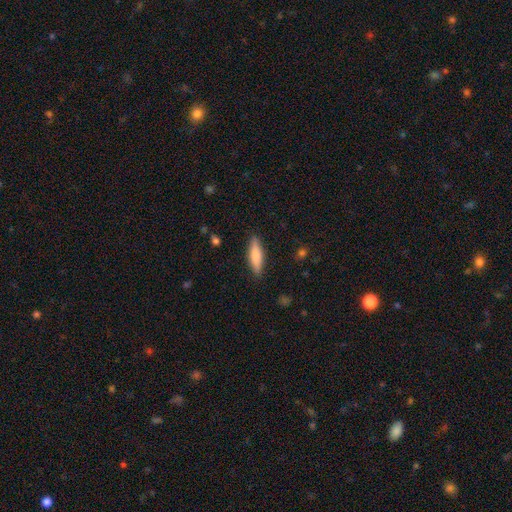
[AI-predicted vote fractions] The model was most divided on "how rounded": cigar-shaped: 64%, in between: 35%, round: 2%. More confident: merging — none (88%); smooth or featured — smooth (76%).